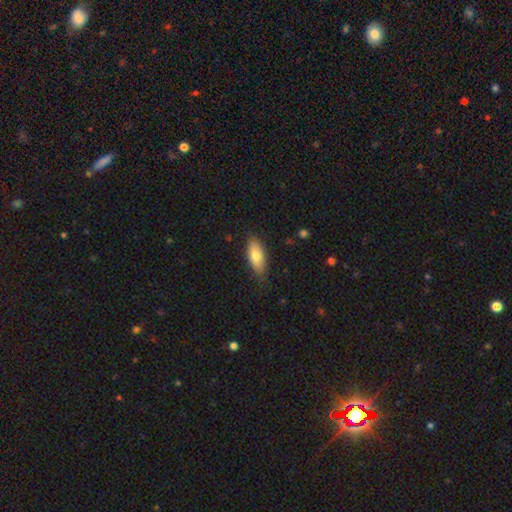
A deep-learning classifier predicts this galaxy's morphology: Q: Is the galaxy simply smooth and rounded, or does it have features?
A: smooth — 77%.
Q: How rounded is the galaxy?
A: in between — 80%.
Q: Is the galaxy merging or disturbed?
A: none — 79%.